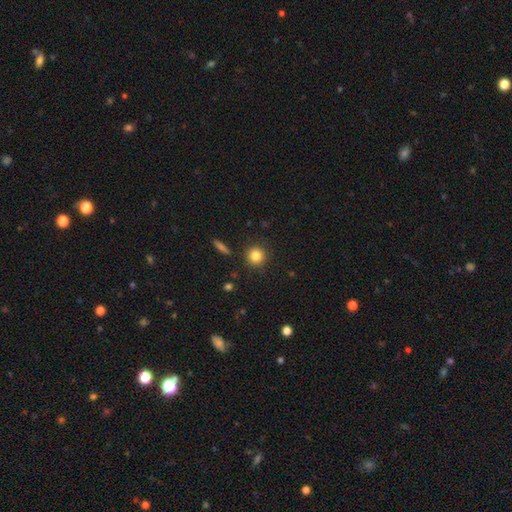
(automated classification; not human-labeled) smooth-or-featured: smooth: 83% | star or artifact: 10% | featured or disk: 7%
  how-rounded: round: 93% | in between: 6% | cigar-shaped: 1%
  merging: none: 89% | minor disturbance: 7% | major disturbance: 2% | merger: 2%